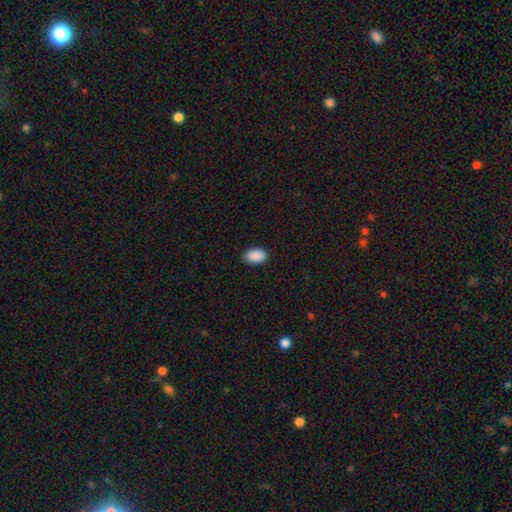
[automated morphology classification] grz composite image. It shows a smooth galaxy with no disk features (91%) that is in between round and cigar-shaped (93%). Merging: none (88%).